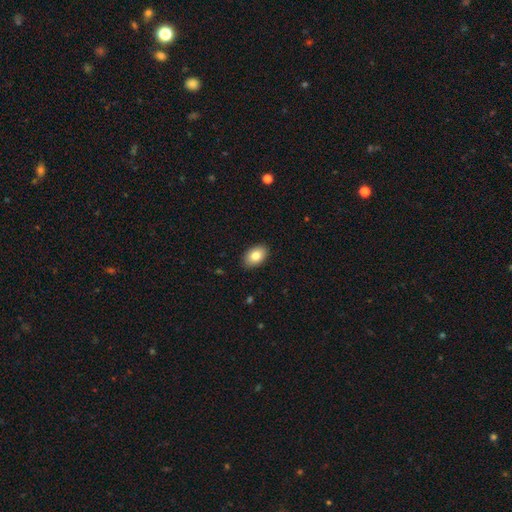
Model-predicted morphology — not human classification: The model was most divided on "smooth or featured": smooth: 82%, featured or disk: 10%, star or artifact: 7%. More confident: how rounded — in between (89%); merging — none (89%).